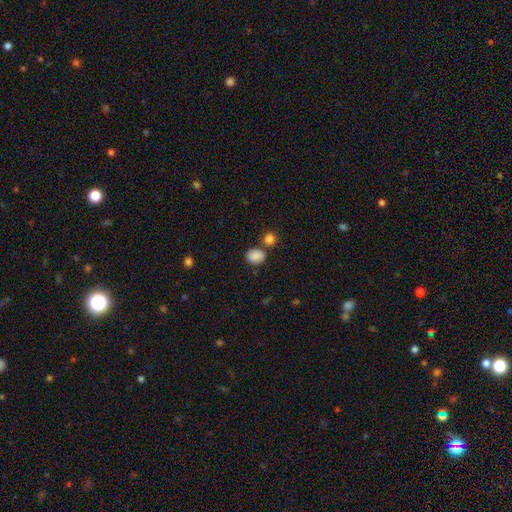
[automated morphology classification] Smooth or featured? smooth (86%)
How rounded? in between (56%)
Merging? none (65%)